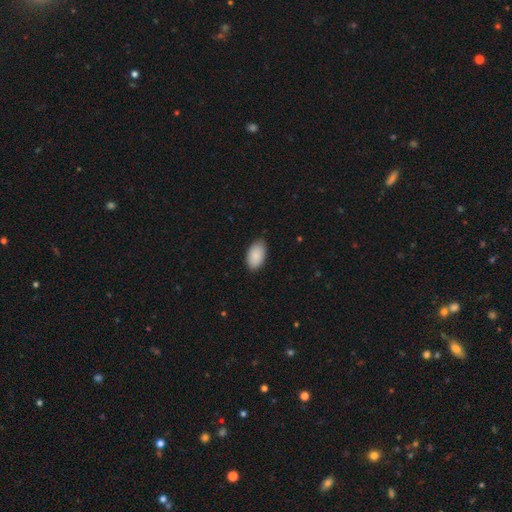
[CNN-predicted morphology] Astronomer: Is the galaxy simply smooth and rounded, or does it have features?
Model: smooth — 90%.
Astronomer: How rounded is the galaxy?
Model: in between — 95%.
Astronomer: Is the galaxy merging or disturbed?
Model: none — 81%.